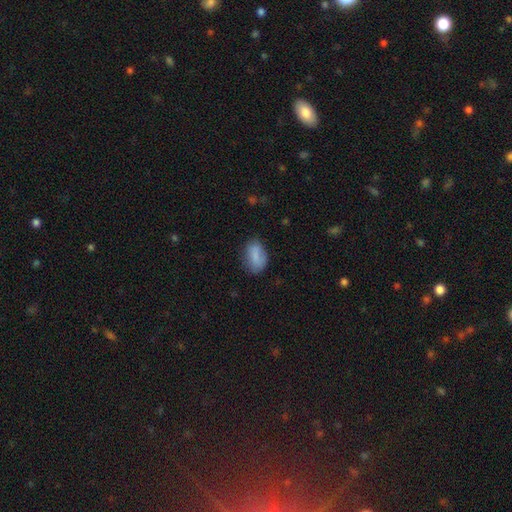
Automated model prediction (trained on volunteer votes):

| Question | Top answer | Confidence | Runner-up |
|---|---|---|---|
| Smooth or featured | smooth | 83% | featured or disk (9%) |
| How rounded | in between | 89% | round (9%) |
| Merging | none | 67% | minor disturbance (25%) |